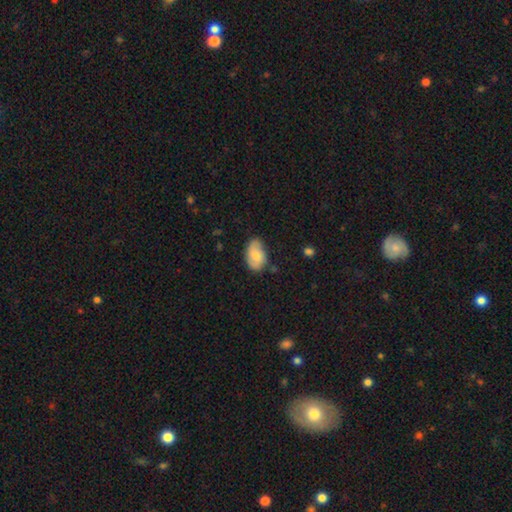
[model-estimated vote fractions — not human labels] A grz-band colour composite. It shows a smooth galaxy with no disk features (70%) that is in between round and cigar-shaped (90%). Merging: none (61%).